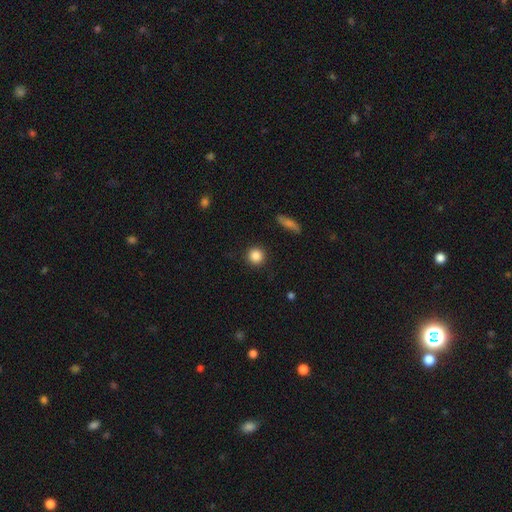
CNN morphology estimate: smooth-or-featured: smooth: 86% | star or artifact: 9% | featured or disk: 4%
  how-rounded: round: 94% | in between: 5% | cigar-shaped: 1%
  merging: none: 91% | minor disturbance: 6% | major disturbance: 2% | merger: 1%